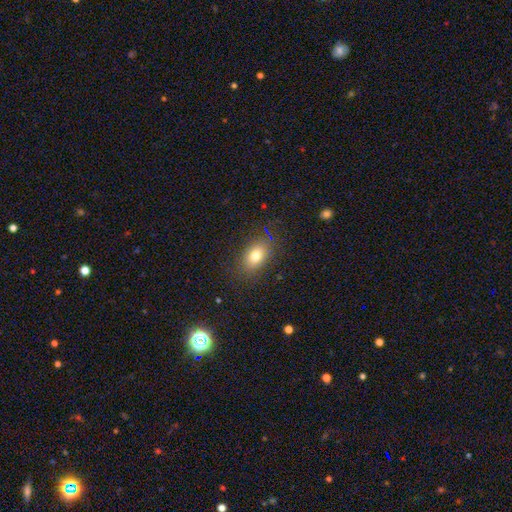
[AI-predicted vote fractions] The model was most divided on "smooth or featured": smooth: 77%, featured or disk: 12%, star or artifact: 11%. More confident: merging — none (85%); how rounded — in between (83%).